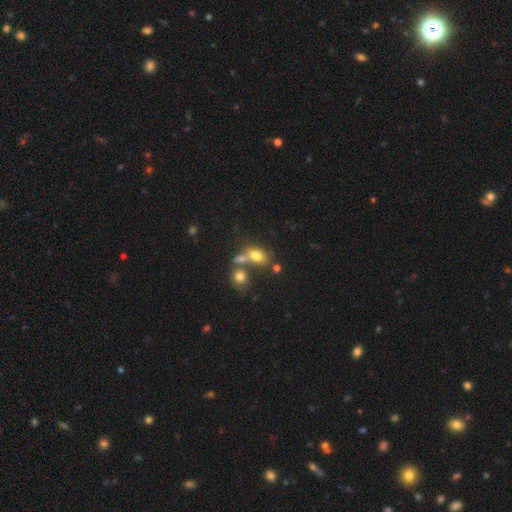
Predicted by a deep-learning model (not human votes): Overall: smooth (73%). How rounded: in between (73%). Merging: none (41%; merger 38%).